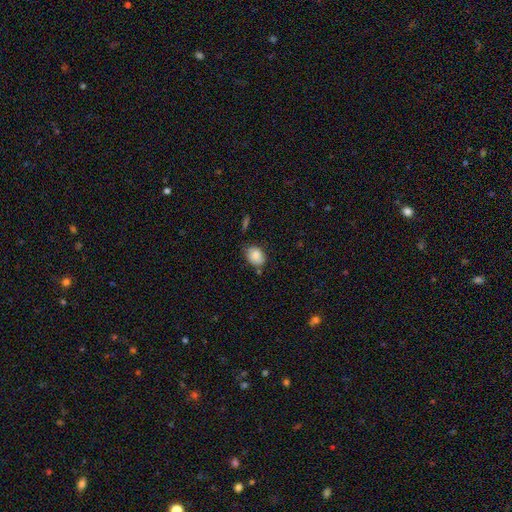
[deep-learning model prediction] Smooth or featured? Predicted: smooth (p=0.84). How rounded? Predicted: in between (p=0.70). Merging? Predicted: none (p=0.64).